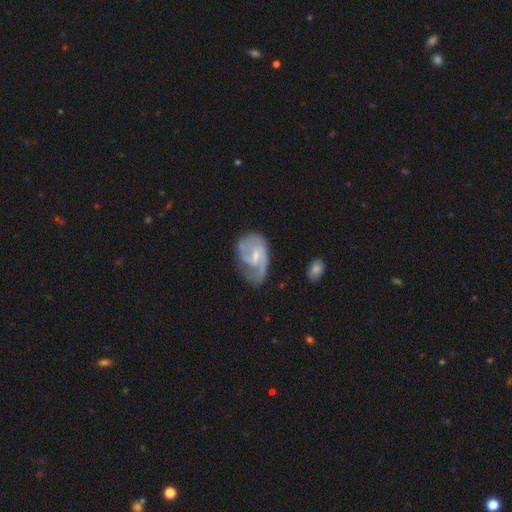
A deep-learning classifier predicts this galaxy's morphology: smooth-or-featured: featured or disk: 74% | smooth: 20% | star or artifact: 6%
  disk-edge-on: no: 97% | yes: 3%
    bar: weak: 54% | no: 34% | strong: 11%
    has-spiral-arms: yes: 83% | no: 17%
      spiral-winding: medium: 43% | loose: 34% | tight: 23%
      spiral-arm-count: 2: 50% | 1: 25% | can't tell: 18% | 3: 5% | 4: 1% | more than 4: 1%
    bulge-size: small: 57% | moderate: 29% | none: 11% | large: 2% | dominant: 1%
  merging: none: 38% | major disturbance: 29% | minor disturbance: 29% | merger: 4%